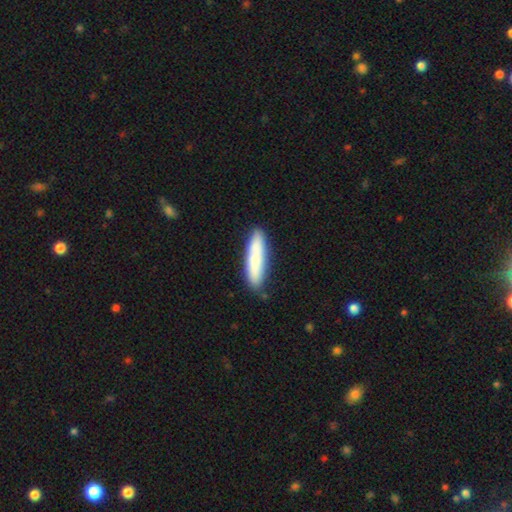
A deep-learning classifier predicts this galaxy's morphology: Smooth or featured: smooth — 78% (featured or disk — 17%)
How rounded: cigar-shaped — 75% (in between — 23%)
Merging: none — 82% (minor disturbance — 13%)